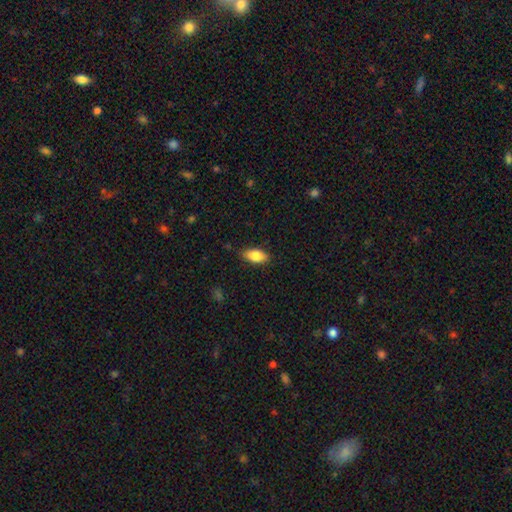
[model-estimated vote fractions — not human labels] Q: Smooth or featured?
A: smooth (83%); runner-up: featured or disk (10%)
Q: How rounded?
A: in between (88%); runner-up: cigar-shaped (8%)
Q: Merging?
A: none (84%); runner-up: minor disturbance (12%)